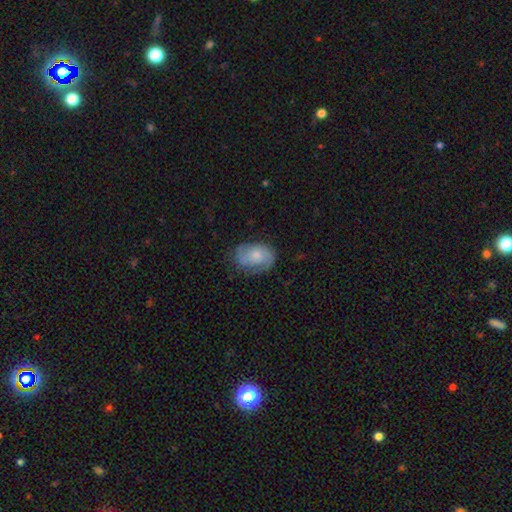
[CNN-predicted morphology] Overall: featured or disk (57%; smooth 36%). Edge-on disk: no (97%). Bar: no (71%). Spiral arms: yes (88%). Bulge size: moderate (44%; small 37%). Merging: none (70%).